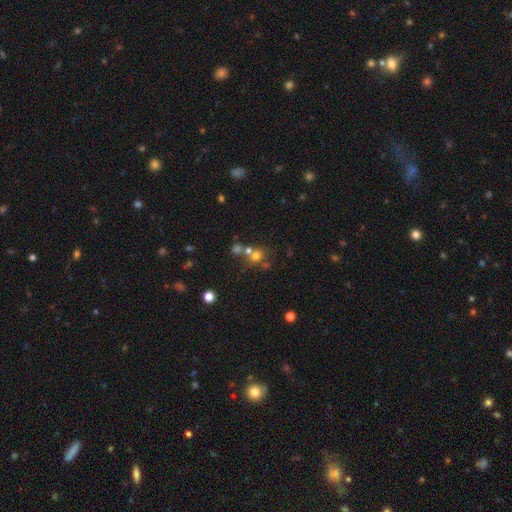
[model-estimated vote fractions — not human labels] A smooth galaxy with no disk features (61%) that is round (79%). Merging: none (46%).